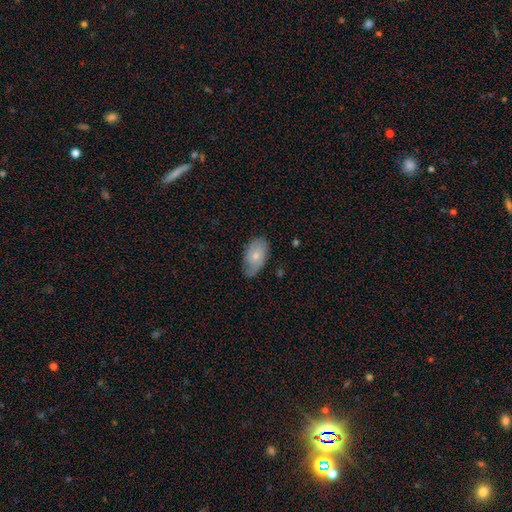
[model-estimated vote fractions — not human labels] This is possibly a smooth galaxy (57%). How rounded: clearly in between (91%). Merging: likely none (60%).